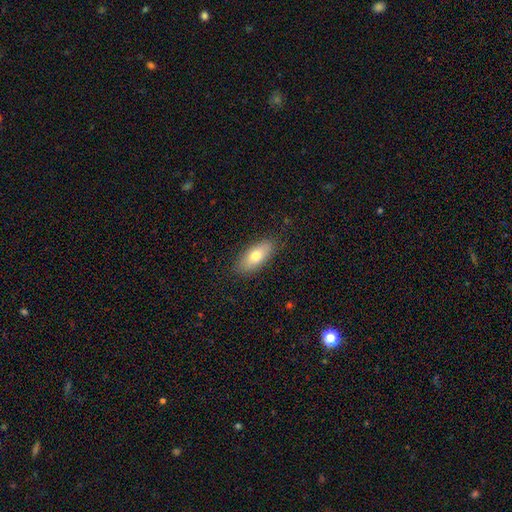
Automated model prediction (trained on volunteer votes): Smooth or featured?
  - smooth: 72% *
  - featured or disk: 21%
  - star or artifact: 7%
How rounded?
  - in between: 84% *
  - cigar-shaped: 13%
  - round: 3%
Merging?
  - none: 86% *
  - minor disturbance: 11%
  - major disturbance: 3%
  - merger: 1%